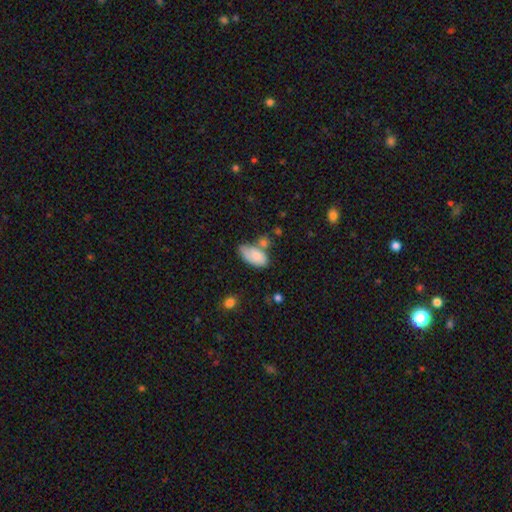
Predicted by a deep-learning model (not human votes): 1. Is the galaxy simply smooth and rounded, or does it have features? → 76% smooth, 17% featured or disk, 7% star or artifact.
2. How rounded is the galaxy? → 92% in between, 4% cigar-shaped, 4% round.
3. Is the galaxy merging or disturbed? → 39% none, 28% minor disturbance, 22% merger, 11% major disturbance.